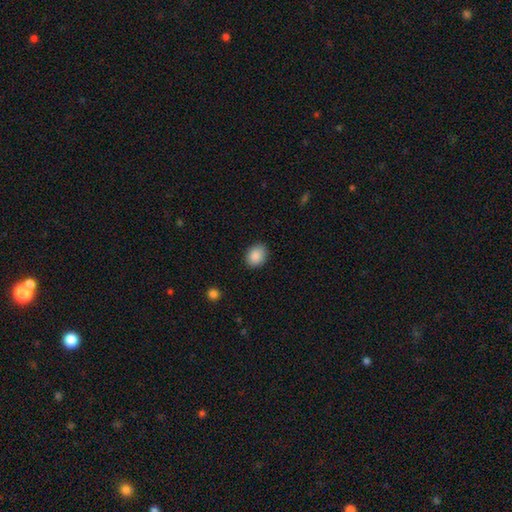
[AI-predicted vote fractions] Smooth or featured? smooth (88%)
How rounded? in between (61%)
Merging? none (86%)